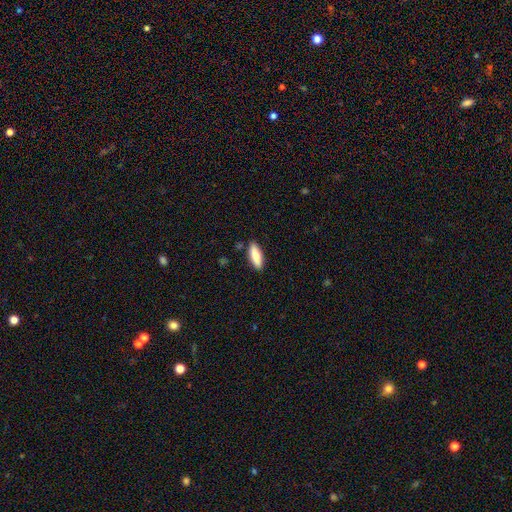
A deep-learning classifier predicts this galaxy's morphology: Smooth or featured? Predicted: smooth (p=0.81). How rounded? Predicted: in between (p=0.60). Merging? Predicted: none (p=0.87).